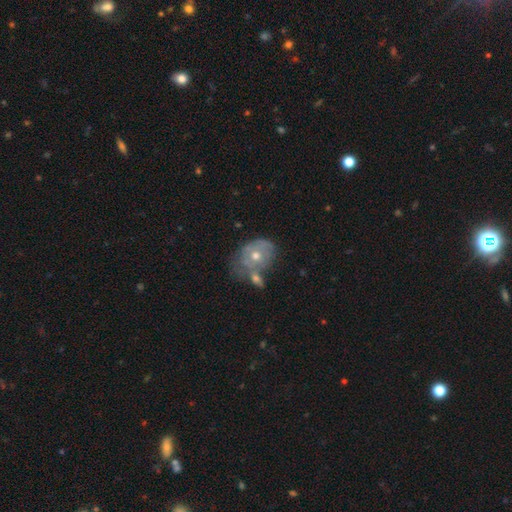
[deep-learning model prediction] This appears to be a featured or disk galaxy (56%) with no bar (85%), no spiral arms (50%, tied with yes) and a moderate central bulge (66%). Merging: none (38%).